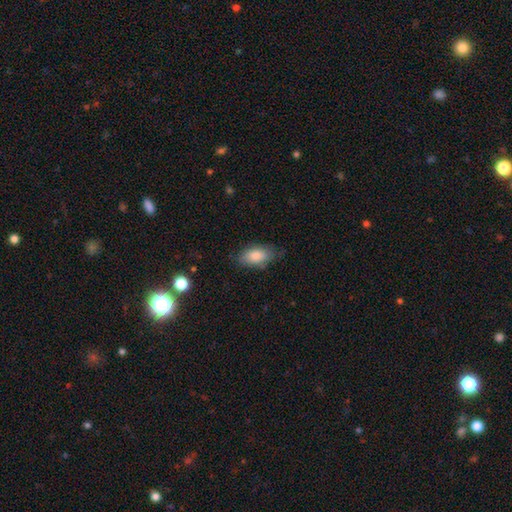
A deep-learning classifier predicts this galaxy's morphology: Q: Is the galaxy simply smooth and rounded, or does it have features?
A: smooth — 84%.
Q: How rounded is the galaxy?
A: in between — 91%.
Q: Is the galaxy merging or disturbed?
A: none — 75%.